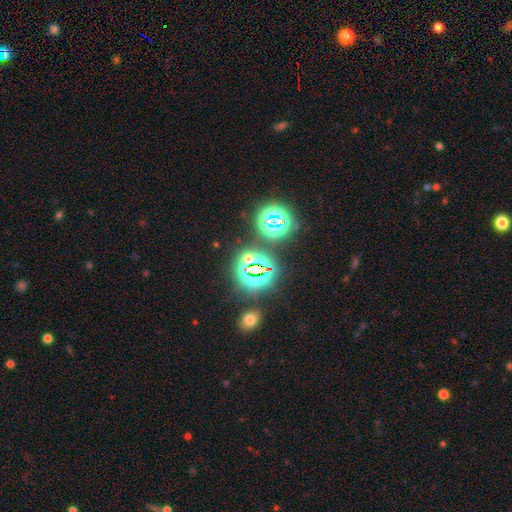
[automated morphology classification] Smooth or featured?
  - star or artifact: 76% *
  - smooth: 18%
  - featured or disk: 7%